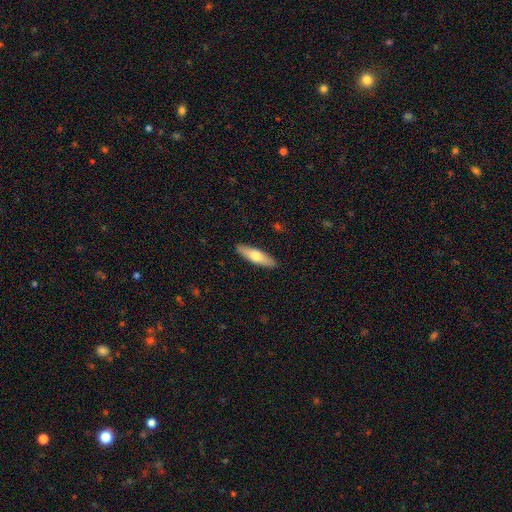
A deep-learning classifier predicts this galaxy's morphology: A smooth galaxy with no disk features (64%) that is cigar-shaped (64%).

Vote fractions:
- Smooth or featured? smooth: 64% / featured or disk: 31% / star or artifact: 5%
- How rounded? cigar-shaped: 64% / in between: 35% / round: 2%
- Merging? none: 90% / minor disturbance: 7% / major disturbance: 2% / merger: 1%